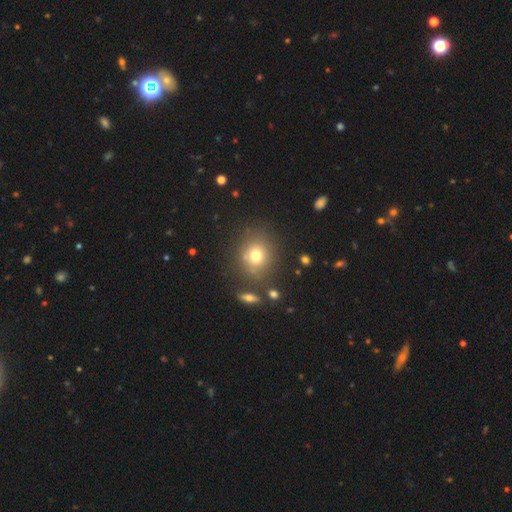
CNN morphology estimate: This is likely a smooth galaxy (72%). How rounded: likely round (77%). Merging: likely none (77%).